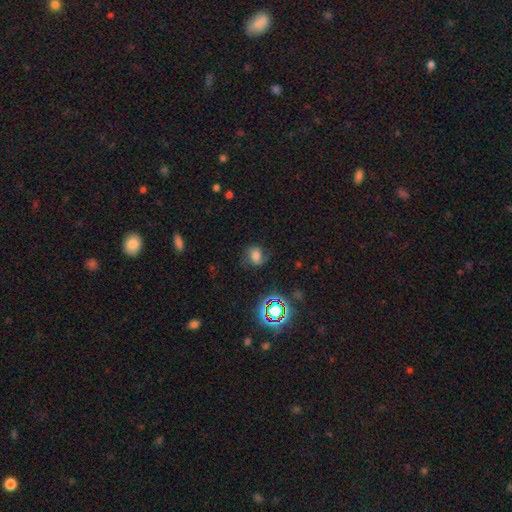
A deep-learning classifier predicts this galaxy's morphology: Overall: smooth (50%; featured or disk 29%). Merging: none (62%).